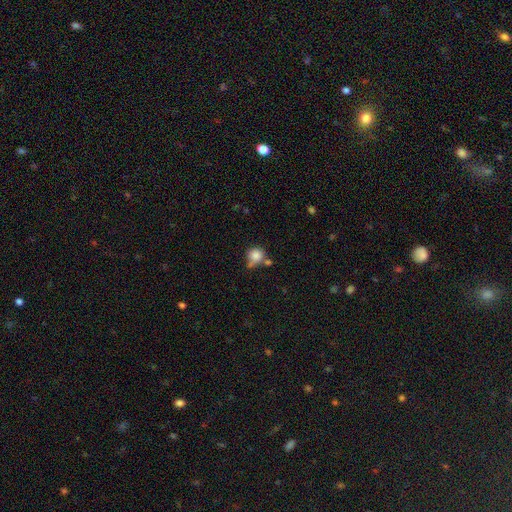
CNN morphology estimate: Overall: smooth (83%). How rounded: round (88%). Merging: none (52%; merger 21%).